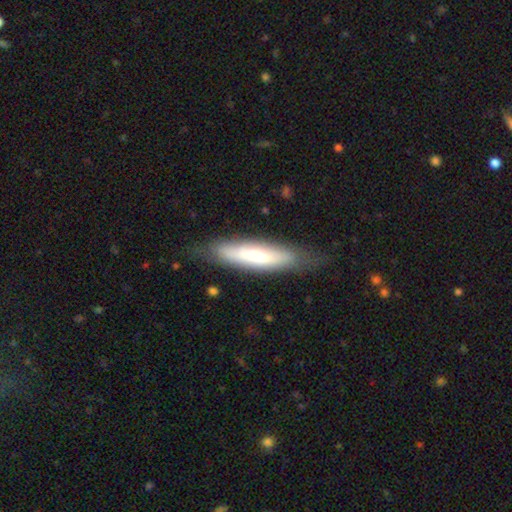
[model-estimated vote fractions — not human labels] smooth 58%, featured or disk 35%, star or artifact 6%. Down the decision tree: how rounded — cigar-shaped (74%); merging — none (71%).